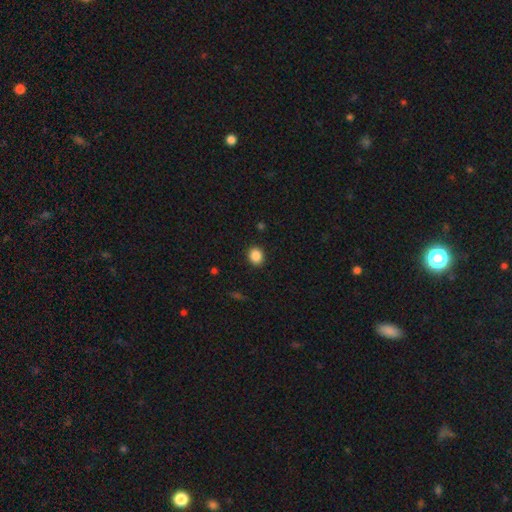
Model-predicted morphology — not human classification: This appears to be a smooth galaxy with no disk features (87%) that is round (71%). Merging: none (90%).